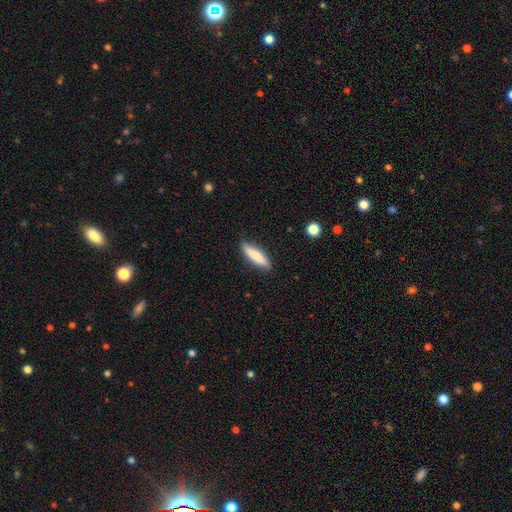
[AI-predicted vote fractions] This appears to be a smooth galaxy with no disk features (81%) that is cigar-shaped (68%). Merging: none (85%).